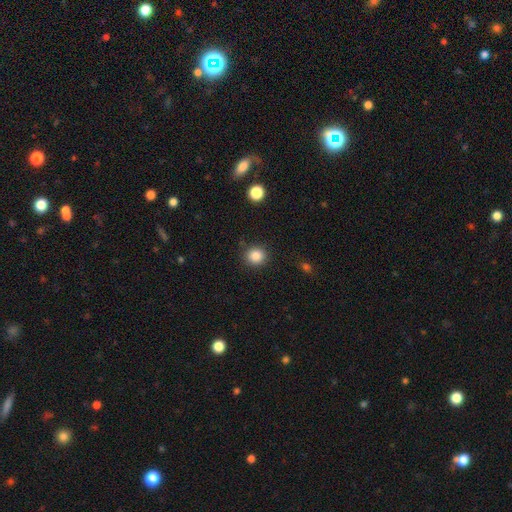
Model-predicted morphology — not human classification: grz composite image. It shows a smooth galaxy with no disk features (86%) that is round (88%). Merging: none (87%).